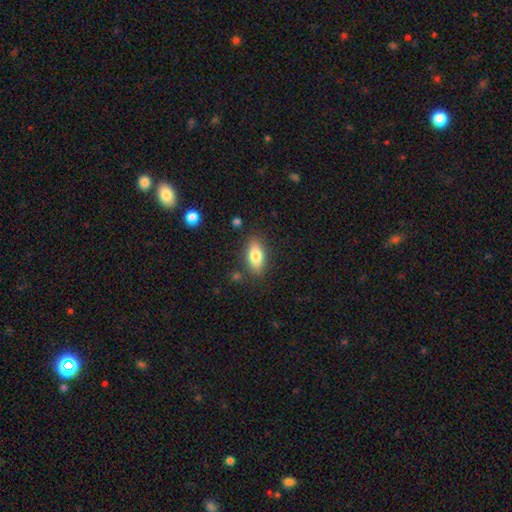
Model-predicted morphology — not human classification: Smooth or featured: smooth — 79% (featured or disk — 14%)
How rounded: in between — 85% (cigar-shaped — 11%)
Merging: none — 83% (minor disturbance — 12%)